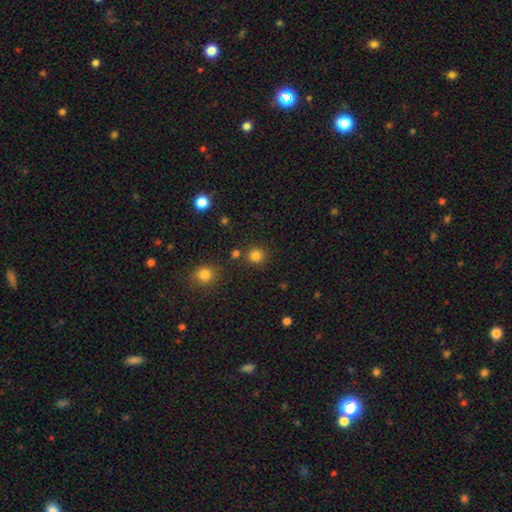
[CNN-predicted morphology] Overall: smooth (82%). How rounded: round (92%). Merging: none (84%).